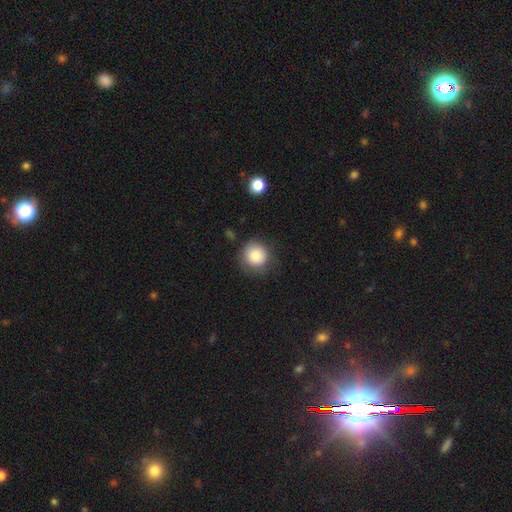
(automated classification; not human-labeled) Smooth or featured? Predicted: smooth (p=0.84). How rounded? Predicted: round (p=0.91). Merging? Predicted: none (p=0.72).